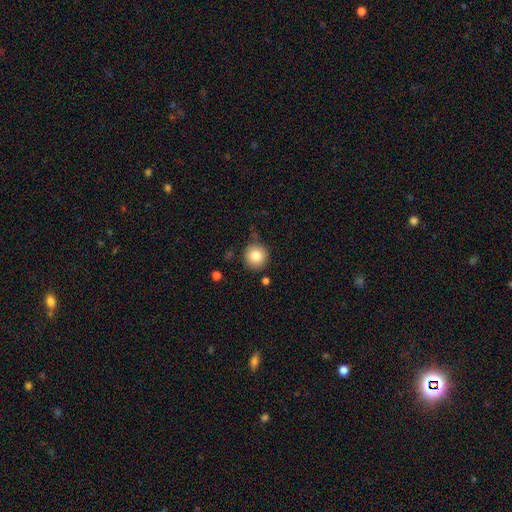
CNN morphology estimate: smooth 82%, star or artifact 10%, featured or disk 8%. Down the decision tree: how rounded — round (93%); merging — none (80%).